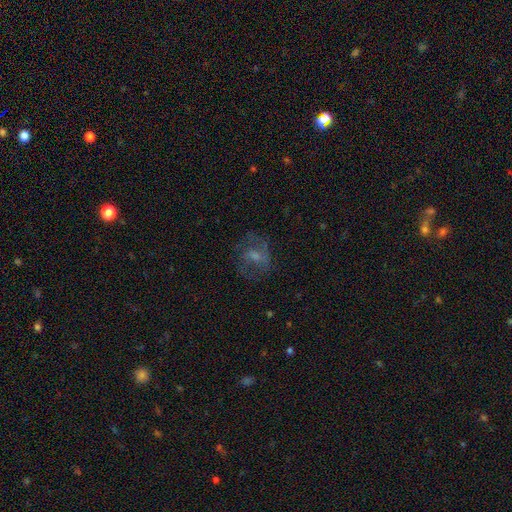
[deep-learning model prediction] A featured or disk galaxy (51%). Merging: none (60%).